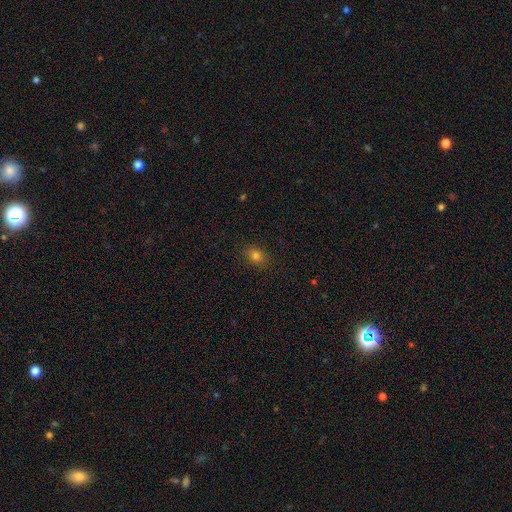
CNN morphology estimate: A smooth galaxy with no disk features (78%) that is in between round and cigar-shaped (55%).

Vote fractions:
- Smooth or featured? smooth: 78% / star or artifact: 15% / featured or disk: 8%
- How rounded? in between: 55% / round: 43% / cigar-shaped: 1%
- Merging? none: 87% / minor disturbance: 10% / major disturbance: 2% / merger: 1%